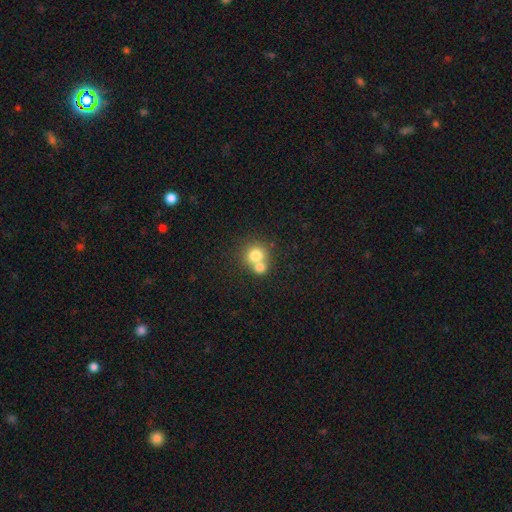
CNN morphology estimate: smooth_or_featured: smooth (p=0.76) [alt: featured or disk p=0.14]
how_rounded: round (p=0.85) [alt: in between p=0.14]
merging: merger (p=0.57) [alt: none p=0.35]